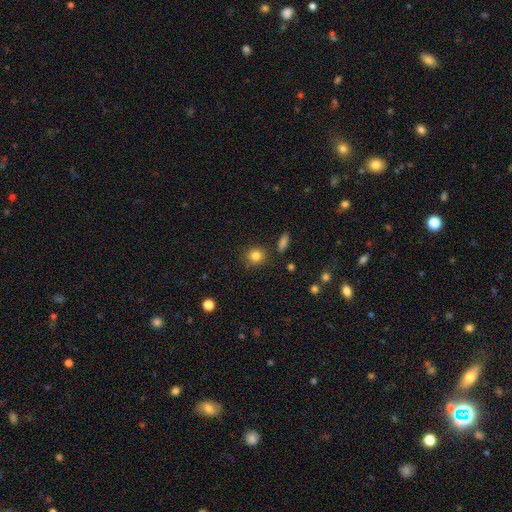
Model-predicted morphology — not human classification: smooth-or-featured: smooth: 83% | star or artifact: 10% | featured or disk: 6%
  how-rounded: round: 84% | in between: 15% | cigar-shaped: 1%
  merging: none: 84% | minor disturbance: 9% | merger: 4% | major disturbance: 3%